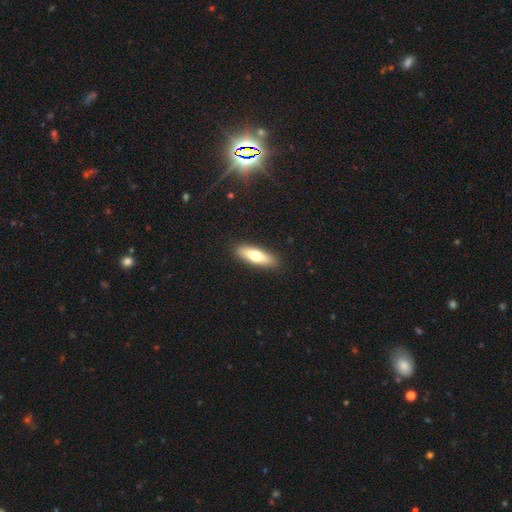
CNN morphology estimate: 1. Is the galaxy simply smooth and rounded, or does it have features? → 63% smooth, 31% featured or disk, 6% star or artifact.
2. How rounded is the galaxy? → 53% cigar-shaped, 44% in between, 2% round.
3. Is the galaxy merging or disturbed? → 90% none, 7% minor disturbance, 2% major disturbance, 1% merger.